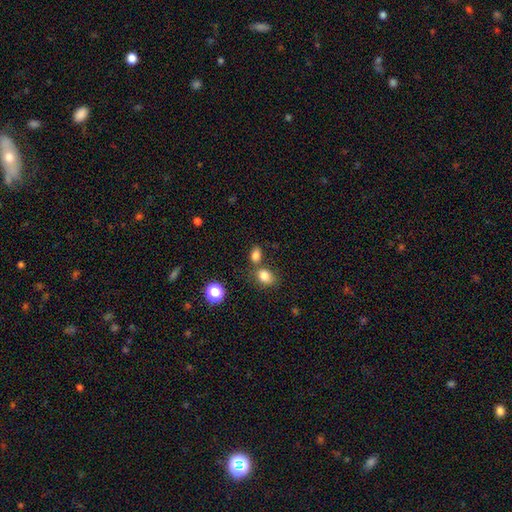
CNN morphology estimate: Smooth or featured?
  - smooth: 80% *
  - star or artifact: 13%
  - featured or disk: 6%
How rounded?
  - in between: 75% *
  - round: 23%
  - cigar-shaped: 2%
Merging?
  - none: 56% *
  - merger: 28%
  - minor disturbance: 12%
  - major disturbance: 4%